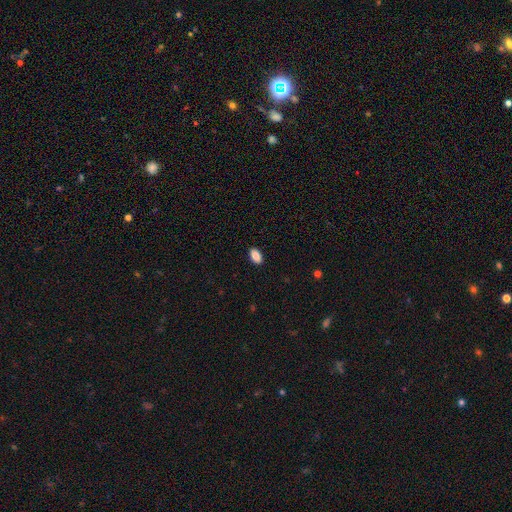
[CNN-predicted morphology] A smooth galaxy with no disk features (89%) that is in between round and cigar-shaped (92%).

Vote fractions:
- Smooth or featured? smooth: 89% / star or artifact: 7% / featured or disk: 4%
- How rounded? in between: 92% / round: 6% / cigar-shaped: 2%
- Merging? none: 90% / minor disturbance: 8% / major disturbance: 2% / merger: 1%